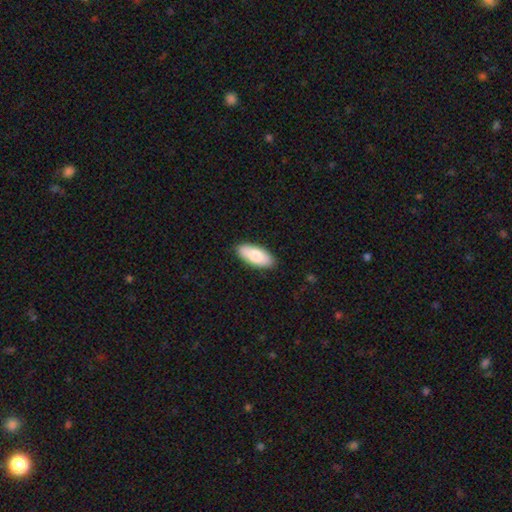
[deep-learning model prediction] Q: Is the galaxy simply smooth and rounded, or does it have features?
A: smooth — 77%.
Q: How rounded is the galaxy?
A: in between — 87%.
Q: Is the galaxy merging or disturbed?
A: none — 88%.